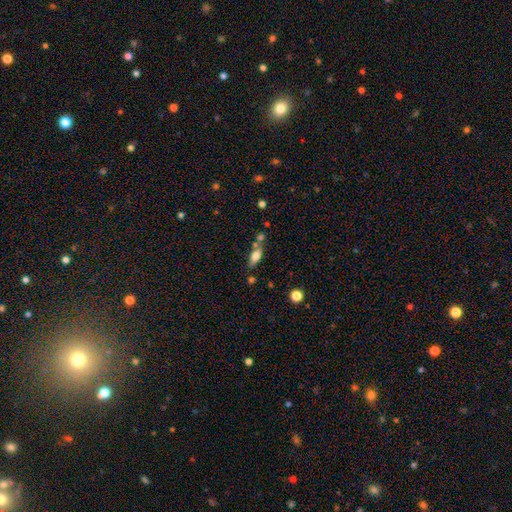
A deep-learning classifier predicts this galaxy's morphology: A smooth galaxy with no disk features (69%) that is in between round and cigar-shaped (72%). Merging: none (56%).